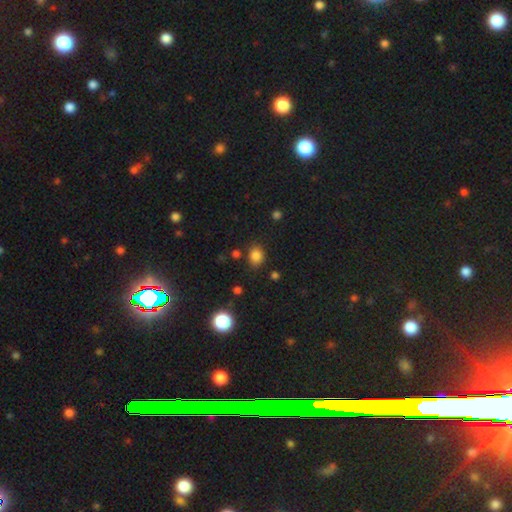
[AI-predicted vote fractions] smooth-or-featured: smooth: 82% | star or artifact: 14% | featured or disk: 4%
  how-rounded: round: 57% | in between: 42% | cigar-shaped: 1%
  merging: none: 81% | minor disturbance: 12% | major disturbance: 4% | merger: 3%